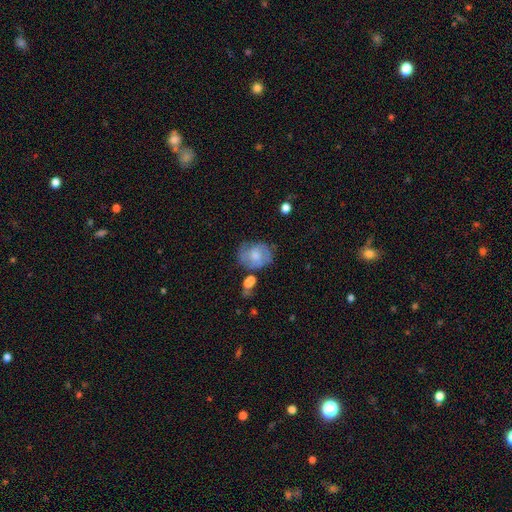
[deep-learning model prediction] Q: Smooth or featured?
A: smooth (57%); runner-up: featured or disk (35%)
Q: How rounded?
A: in between (51%); runner-up: round (48%)
Q: Merging?
A: none (54%); runner-up: minor disturbance (26%)